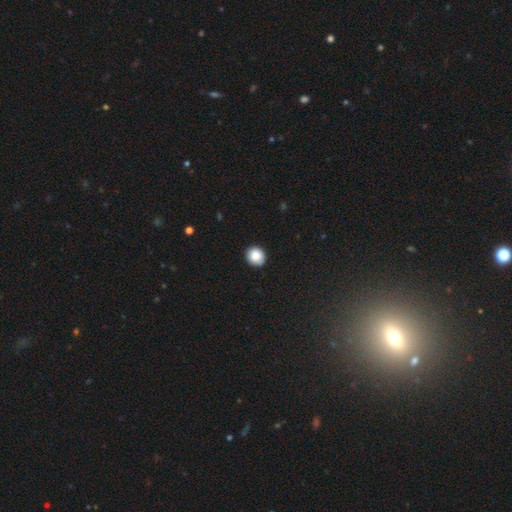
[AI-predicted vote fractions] Smooth or featured?
  - smooth: 85% *
  - star or artifact: 9%
  - featured or disk: 7%
How rounded?
  - round: 82% *
  - in between: 17%
  - cigar-shaped: 1%
Merging?
  - none: 87% *
  - minor disturbance: 10%
  - major disturbance: 2%
  - merger: 1%